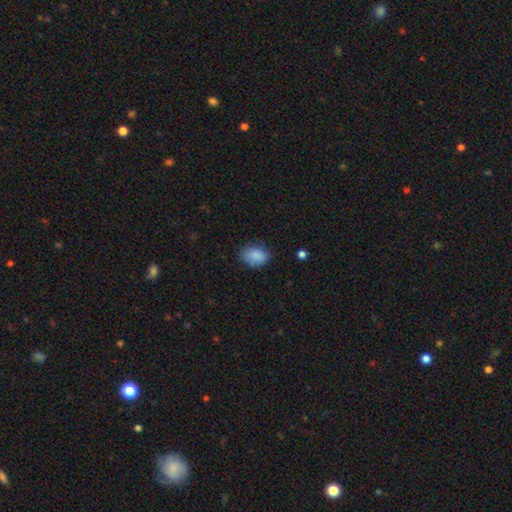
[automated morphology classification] Smooth or featured? smooth (85%)
How rounded? in between (72%)
Merging? none (70%)